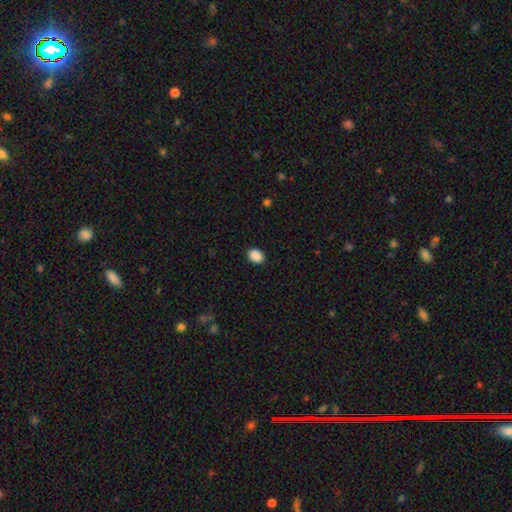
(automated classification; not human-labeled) Smooth or featured? smooth (90%)
How rounded? in between (65%)
Merging? none (90%)